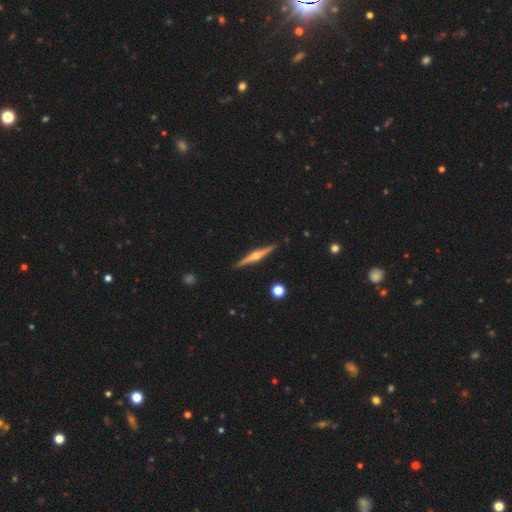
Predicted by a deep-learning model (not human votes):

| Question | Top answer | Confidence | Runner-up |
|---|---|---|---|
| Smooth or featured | featured or disk | 81% | smooth (14%) |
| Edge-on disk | yes | 98% | no (2%) |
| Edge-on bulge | rounded | 95% | boxy (3%) |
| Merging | none | 91% | minor disturbance (6%) |